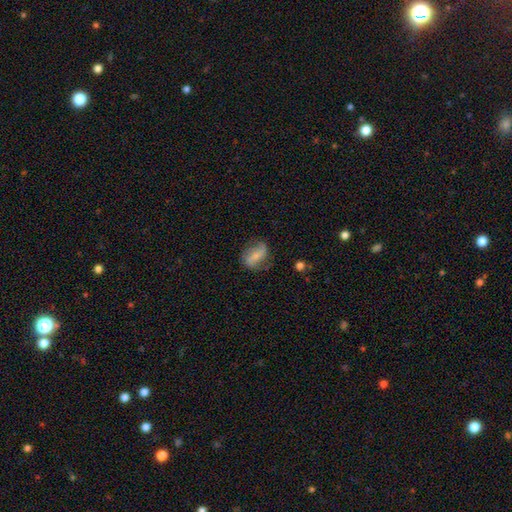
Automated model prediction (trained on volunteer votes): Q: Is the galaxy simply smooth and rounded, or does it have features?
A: featured or disk — 62%.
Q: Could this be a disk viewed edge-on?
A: no — 96%.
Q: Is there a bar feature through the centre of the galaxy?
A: weak — 35%, tied with no.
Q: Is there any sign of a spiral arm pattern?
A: yes — 86%.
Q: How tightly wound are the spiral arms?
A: loose — 51%.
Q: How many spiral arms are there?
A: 2 — 86%.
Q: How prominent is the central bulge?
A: small — 59%.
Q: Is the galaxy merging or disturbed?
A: none — 68%.